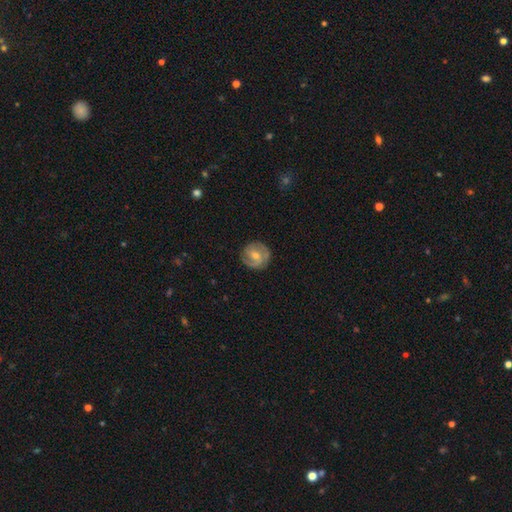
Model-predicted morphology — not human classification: Smooth or featured? featured or disk (63%)
Edge-on disk? no (97%)
Bar? weak (45%)
Spiral arms? yes (76%)
Bulge size? moderate (57%)
Merging? none (83%)